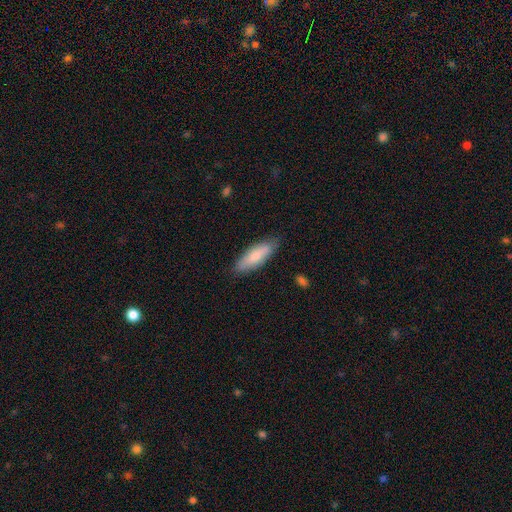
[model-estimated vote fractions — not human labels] Smooth or featured?
  - smooth: 77% *
  - featured or disk: 17%
  - star or artifact: 6%
How rounded?
  - in between: 54% *
  - cigar-shaped: 44%
  - round: 2%
Merging?
  - none: 82% *
  - minor disturbance: 14%
  - major disturbance: 3%
  - merger: 1%